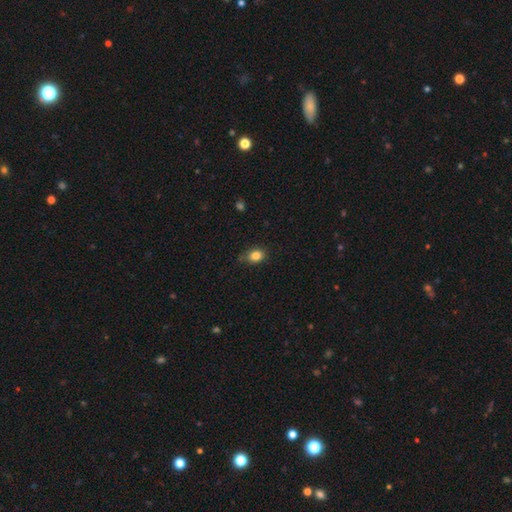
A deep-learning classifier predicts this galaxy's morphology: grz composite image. It shows a smooth galaxy with no disk features (84%) that is in between round and cigar-shaped (66%). Merging: none (71%).